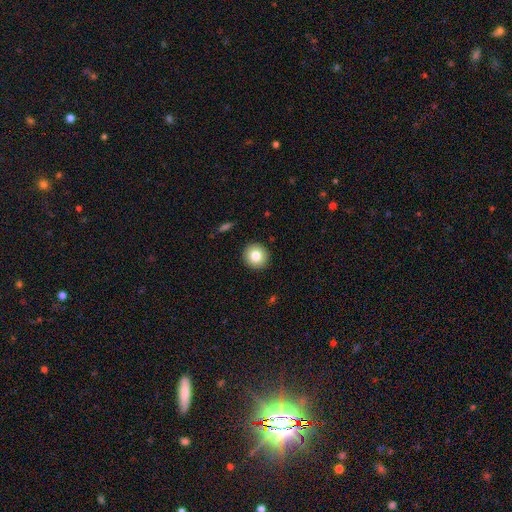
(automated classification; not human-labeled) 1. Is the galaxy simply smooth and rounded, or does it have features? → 80% smooth, 11% featured or disk, 9% star or artifact.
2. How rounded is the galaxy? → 94% round, 5% in between, 1% cigar-shaped.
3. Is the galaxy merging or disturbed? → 92% none, 5% minor disturbance, 2% major disturbance, 1% merger.